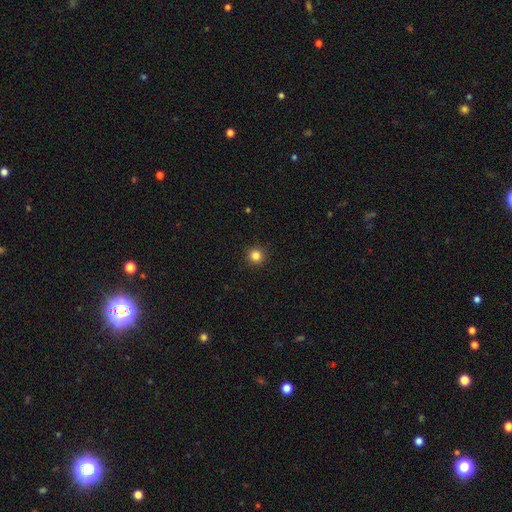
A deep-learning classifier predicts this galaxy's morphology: Q: Smooth or featured?
A: smooth (83%); runner-up: star or artifact (12%)
Q: How rounded?
A: round (95%); runner-up: in between (4%)
Q: Merging?
A: none (92%); runner-up: minor disturbance (5%)